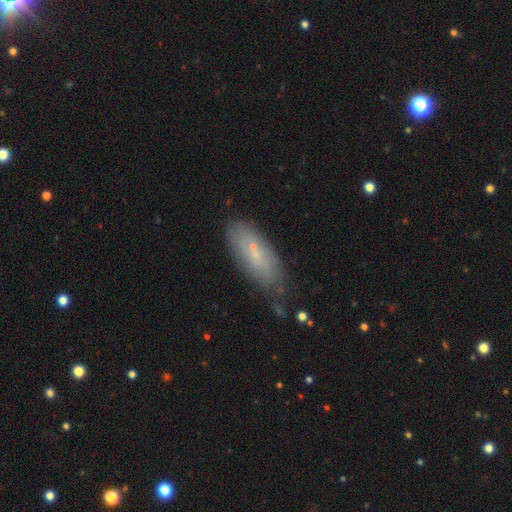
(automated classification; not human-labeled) smooth 55%, featured or disk 36%, star or artifact 9%. Down the decision tree: how rounded — in between (70%); merging — none (68%).